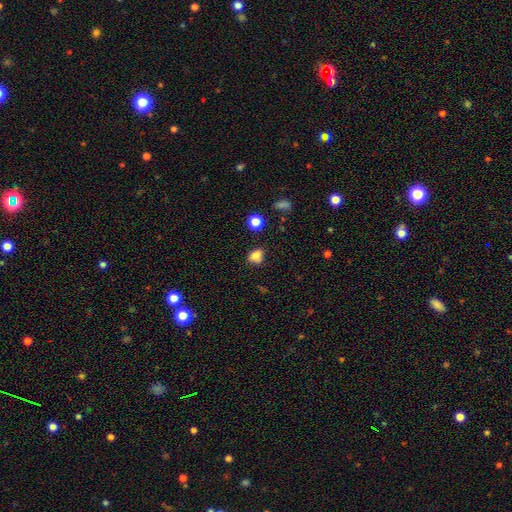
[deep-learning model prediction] A smooth galaxy with no disk features (82%) that is round (52%).

Vote fractions:
- Smooth or featured? smooth: 82% / star or artifact: 12% / featured or disk: 6%
- How rounded? round: 52% / in between: 47% / cigar-shaped: 1%
- Merging? none: 74% / minor disturbance: 18% / merger: 4% / major disturbance: 4%